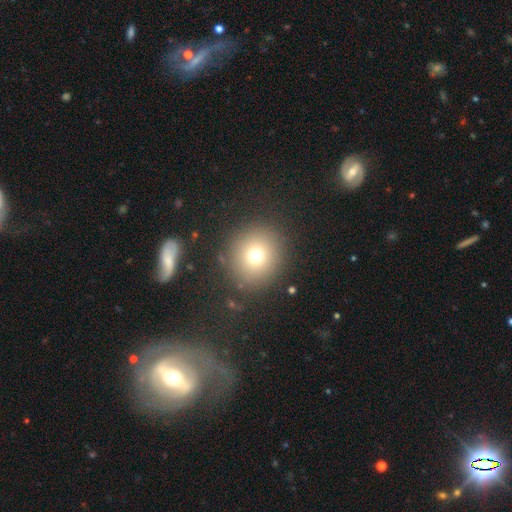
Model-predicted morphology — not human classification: Smooth or featured? smooth (71%)
How rounded? round (91%)
Merging? none (87%)